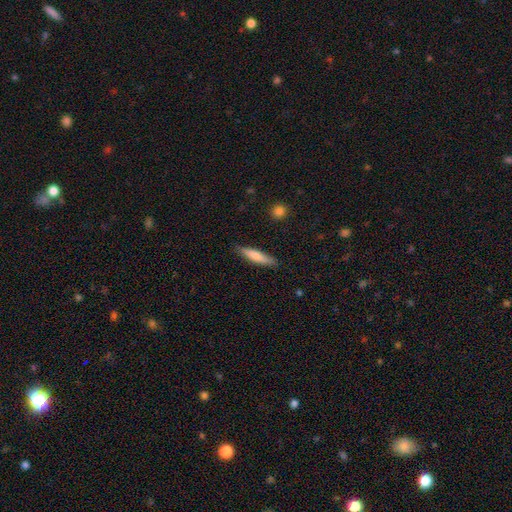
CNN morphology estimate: Smooth or featured? smooth (75%)
How rounded? cigar-shaped (83%)
Merging? none (86%)